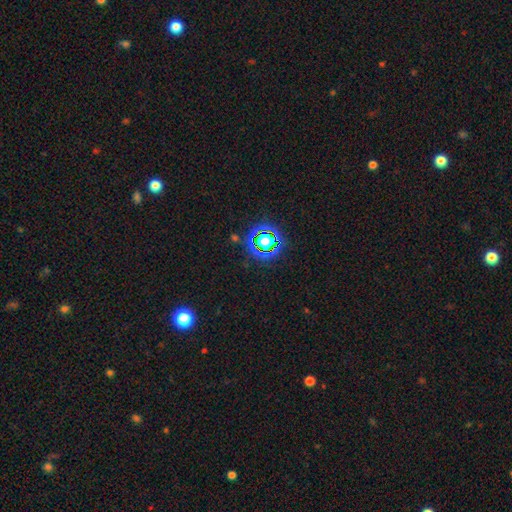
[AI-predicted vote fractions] Overall: star or artifact (79%).